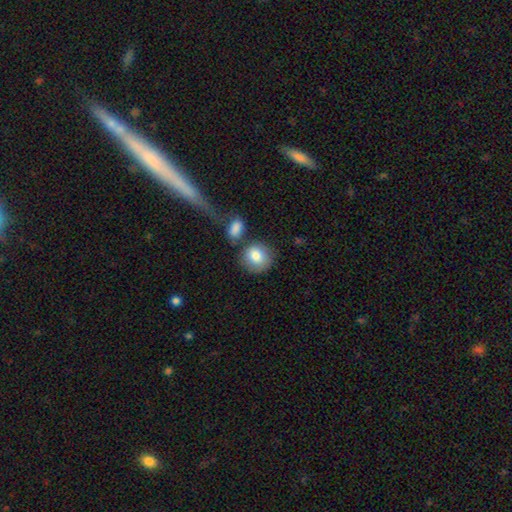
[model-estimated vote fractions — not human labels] A smooth galaxy with no disk features (83%) that is round (82%).

Vote fractions:
- Smooth or featured? smooth: 83% / featured or disk: 10% / star or artifact: 7%
- How rounded? round: 82% / in between: 17% / cigar-shaped: 1%
- Merging? none: 62% / merger: 16% / minor disturbance: 15% / major disturbance: 7%